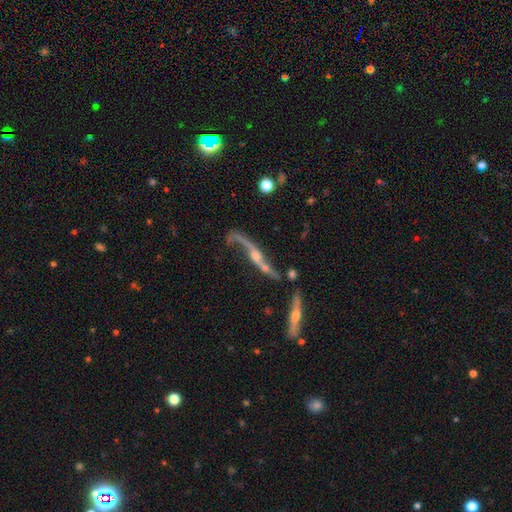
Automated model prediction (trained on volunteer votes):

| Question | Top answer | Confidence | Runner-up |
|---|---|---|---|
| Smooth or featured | featured or disk | 79% | star or artifact (11%) |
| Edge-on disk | no | 51% | yes (49%) |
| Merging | none | 37% | merger (30%) |